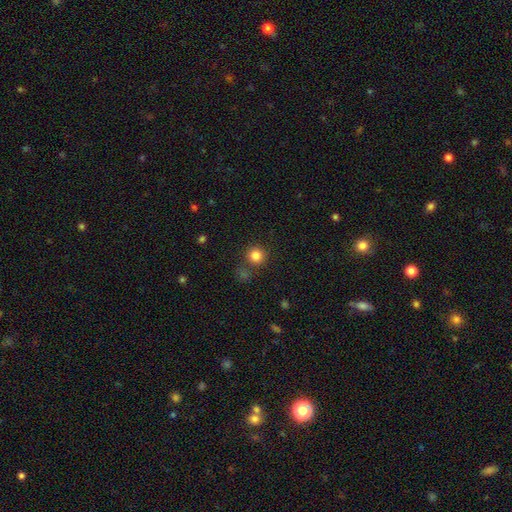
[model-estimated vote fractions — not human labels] This is clearly a smooth galaxy (83%). How rounded: clearly round (94%). Merging: clearly none (81%).